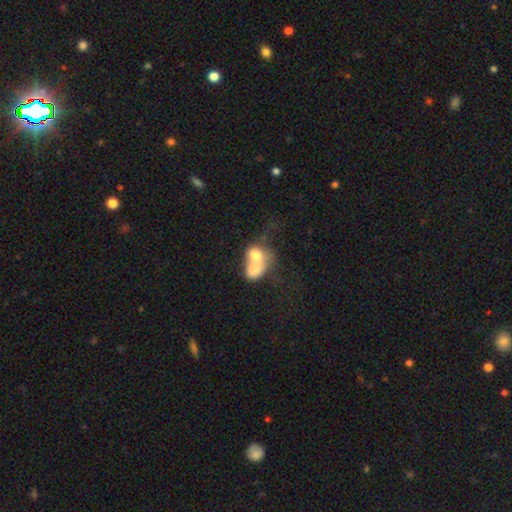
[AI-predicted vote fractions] Q: Smooth or featured?
A: smooth (64%); runner-up: featured or disk (27%)
Q: How rounded?
A: in between (54%); runner-up: round (45%)
Q: Merging?
A: merger (78%); runner-up: none (10%)